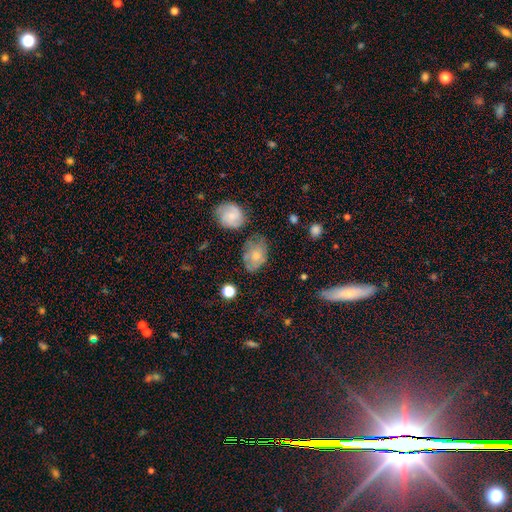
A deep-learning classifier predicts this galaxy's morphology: Smooth or featured? smooth (55%)
How rounded? in between (75%)
Merging? none (56%)